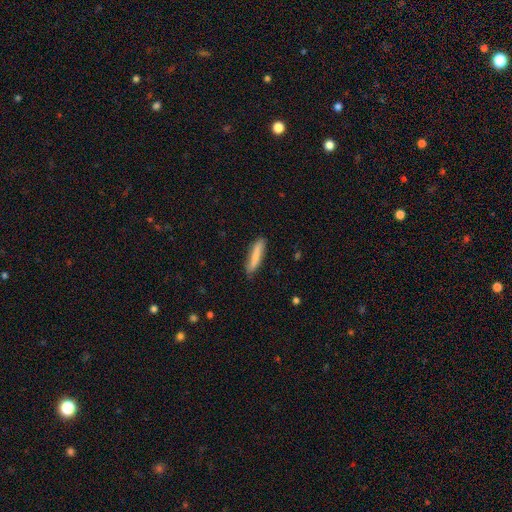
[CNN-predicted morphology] The model was most divided on "smooth or featured": smooth: 79%, featured or disk: 15%, star or artifact: 6%. More confident: how rounded — cigar-shaped (87%); merging — none (81%).